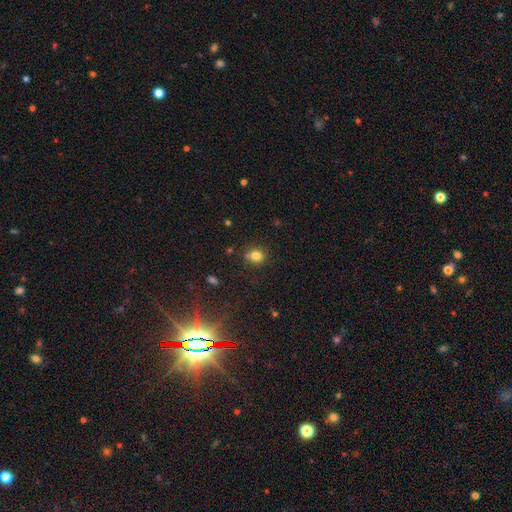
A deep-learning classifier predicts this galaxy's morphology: type=smooth (79%); roundness=round (69%); merging=none (70%).